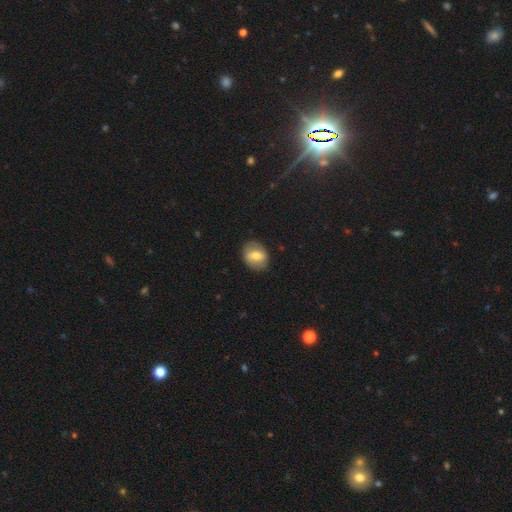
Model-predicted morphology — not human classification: Overall: smooth (57%; featured or disk 35%). How rounded: in between (51%; round 47%). Merging: none (82%).